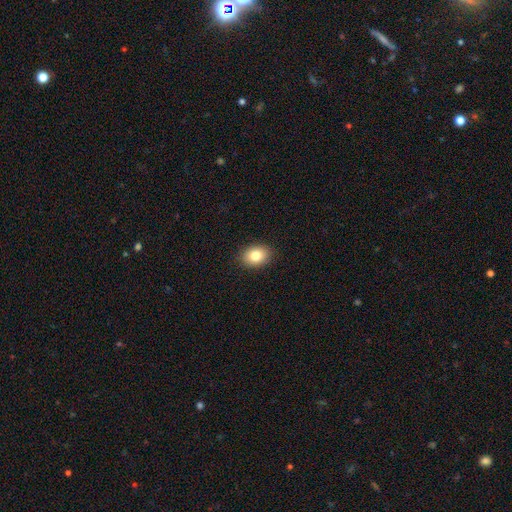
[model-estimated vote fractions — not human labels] smooth 82%, star or artifact 9%, featured or disk 9%. Down the decision tree: how rounded — in between (67%); merging — none (90%).